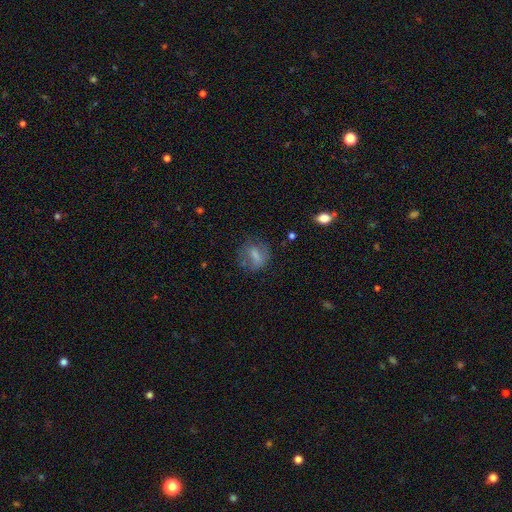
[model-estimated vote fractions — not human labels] Smooth or featured: smooth — 63% (featured or disk — 26%)
How rounded: in between — 48% (round — 46%)
Merging: none — 64% (minor disturbance — 21%)